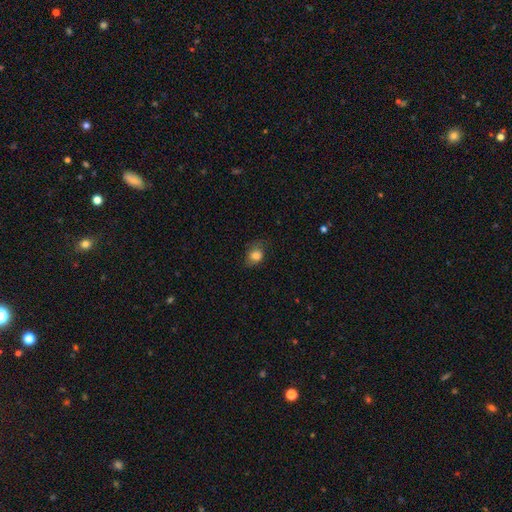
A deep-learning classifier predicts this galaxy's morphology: Smooth or featured? Predicted: smooth (p=0.78). How rounded? Predicted: in between (p=0.62). Merging? Predicted: none (p=0.64).